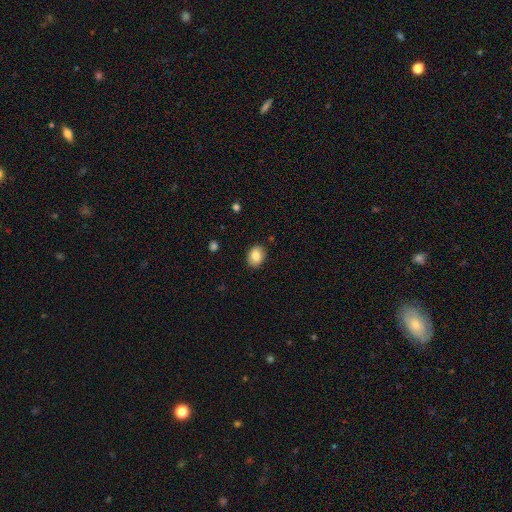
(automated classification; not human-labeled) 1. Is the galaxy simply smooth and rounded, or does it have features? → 83% smooth, 9% featured or disk, 8% star or artifact.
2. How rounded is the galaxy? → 61% in between, 38% round, 1% cigar-shaped.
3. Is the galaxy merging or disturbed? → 88% none, 9% minor disturbance, 2% major disturbance, 1% merger.